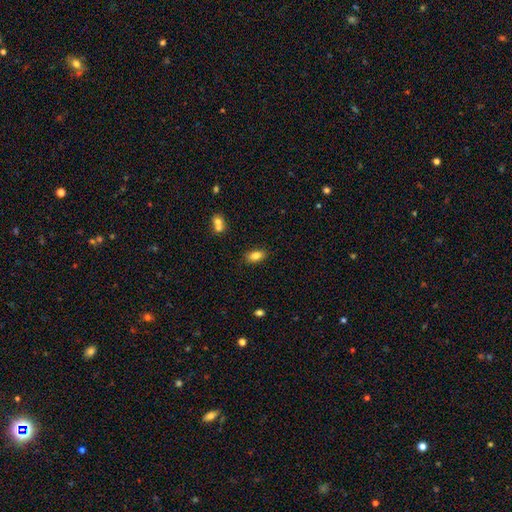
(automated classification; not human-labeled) smooth_or_featured: smooth (p=0.83) [alt: star or artifact p=0.09]
how_rounded: in between (p=0.88) [alt: cigar-shaped p=0.06]
merging: none (p=0.82) [alt: minor disturbance p=0.11]